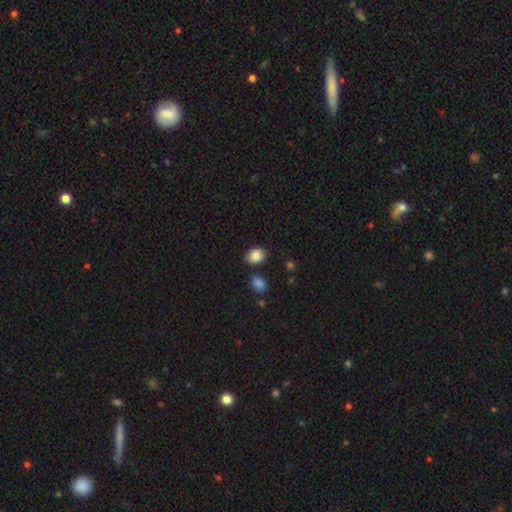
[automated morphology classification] Overall: smooth (87%). How rounded: in between (59%; round 40%). Merging: none (80%).